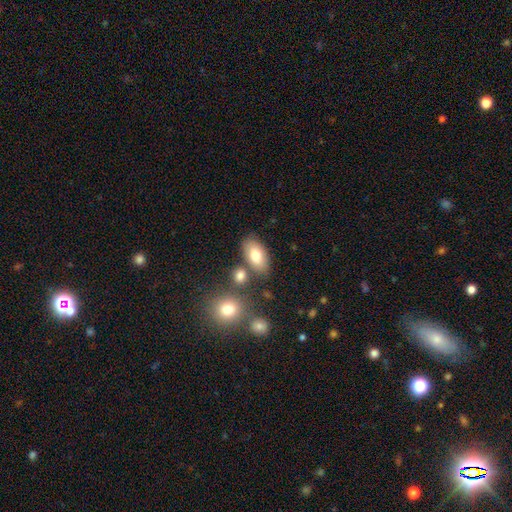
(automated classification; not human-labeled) Morphology: type=smooth (77%); roundness=in between (92%); merging=none (72%).